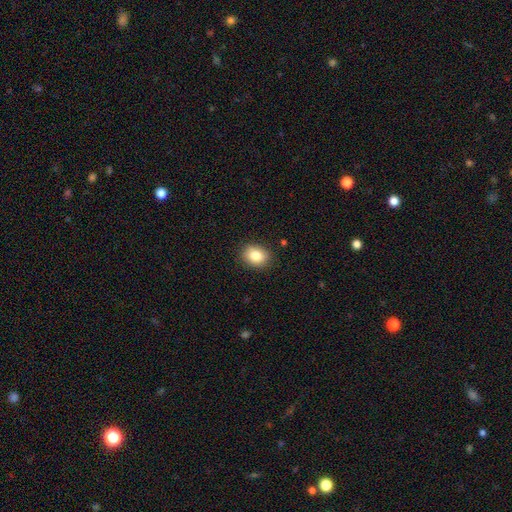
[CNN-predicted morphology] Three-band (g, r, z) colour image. It shows a smooth galaxy with no disk features (84%) that is in between round and cigar-shaped (63%). Merging: none (87%).